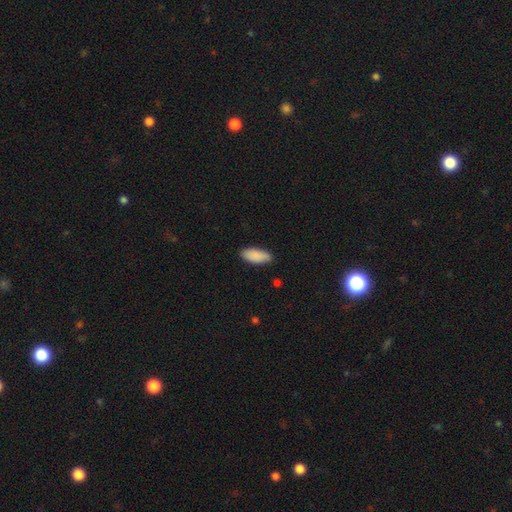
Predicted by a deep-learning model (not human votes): smooth 89%, star or artifact 6%, featured or disk 5%. Down the decision tree: how rounded — in between (83%); merging — none (84%).